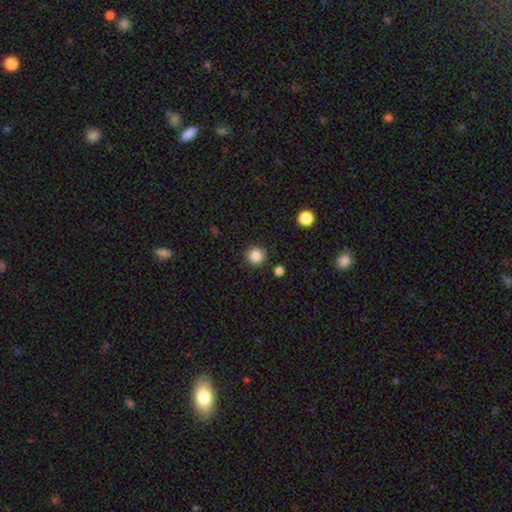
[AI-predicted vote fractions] Morphology: type=smooth (85%); roundness=round (95%); merging=none (90%).